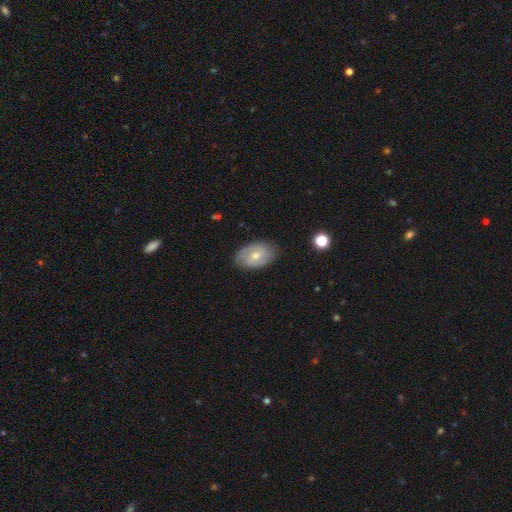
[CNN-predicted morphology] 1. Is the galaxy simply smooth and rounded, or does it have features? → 58% featured or disk, 36% smooth, 7% star or artifact.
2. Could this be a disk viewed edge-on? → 95% no, 5% yes.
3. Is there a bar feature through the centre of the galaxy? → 62% no, 33% weak, 5% strong.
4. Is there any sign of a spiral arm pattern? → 82% yes, 18% no.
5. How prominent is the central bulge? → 58% moderate, 38% small, 2% large, 1% none, 1% dominant.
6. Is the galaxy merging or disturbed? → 79% none, 17% minor disturbance, 4% major disturbance, 1% merger.